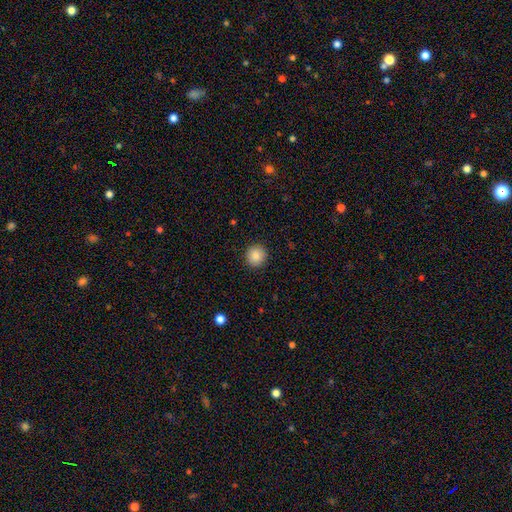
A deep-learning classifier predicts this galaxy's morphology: smooth-or-featured: smooth: 87% | star or artifact: 8% | featured or disk: 4%
  how-rounded: round: 92% | in between: 7% | cigar-shaped: 1%
  merging: none: 92% | minor disturbance: 6% | major disturbance: 2% | merger: 1%